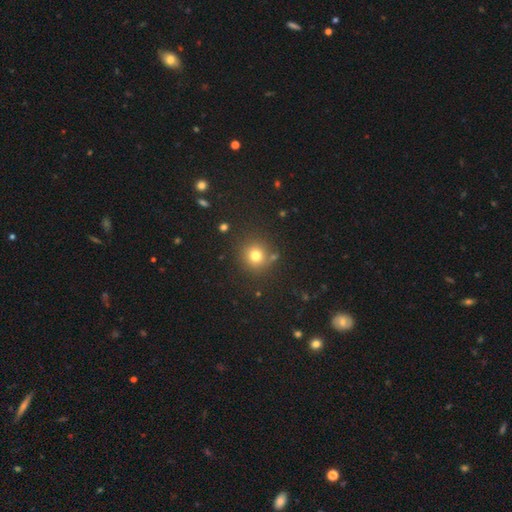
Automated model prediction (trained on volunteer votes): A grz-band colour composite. It shows a smooth galaxy with no disk features (77%) that is round (91%). Merging: none (82%).